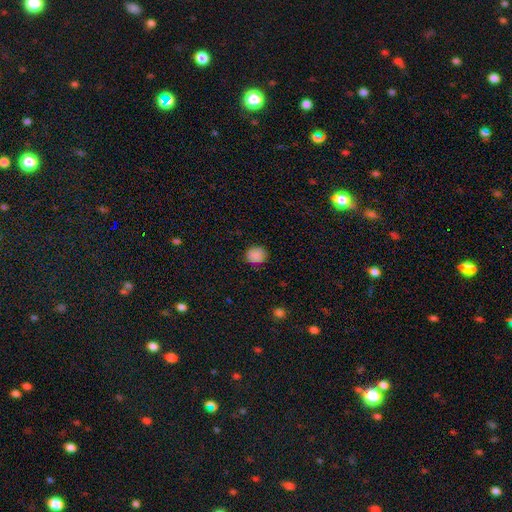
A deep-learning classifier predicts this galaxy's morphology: This appears to be a smooth galaxy with no disk features (87%) that is round (70%). Merging: none (83%).